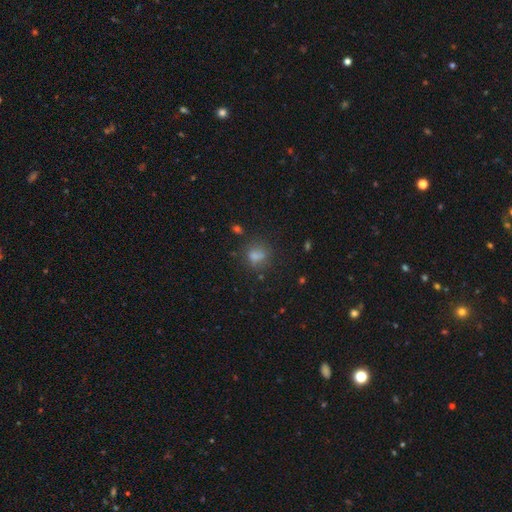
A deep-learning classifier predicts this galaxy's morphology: This is likely a smooth galaxy (70%). How rounded: likely round (65%). Merging: likely none (71%).